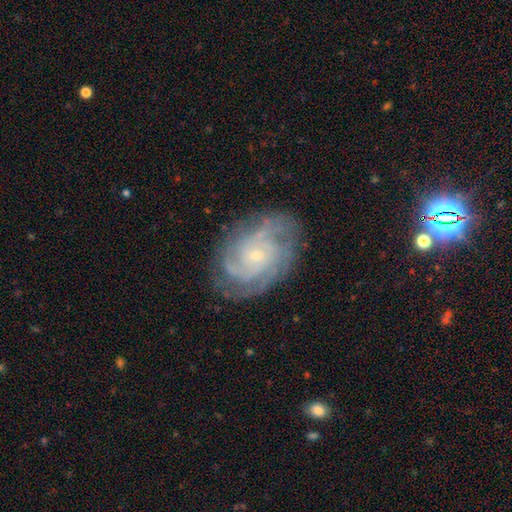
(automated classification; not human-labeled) Q: Smooth or featured?
A: featured or disk (86%); runner-up: smooth (8%)
Q: Edge-on disk?
A: no (97%); runner-up: yes (3%)
Q: Bar?
A: no (70%); runner-up: weak (25%)
Q: Spiral arms?
A: yes (97%); runner-up: no (3%)
Q: Spiral winding?
A: tight (67%); runner-up: medium (28%)
Q: Spiral arm count?
A: 3 (26%); runner-up: can't tell (24%)
Q: Bulge size?
A: small (74%); runner-up: moderate (22%)
Q: Merging?
A: none (77%); runner-up: minor disturbance (16%)